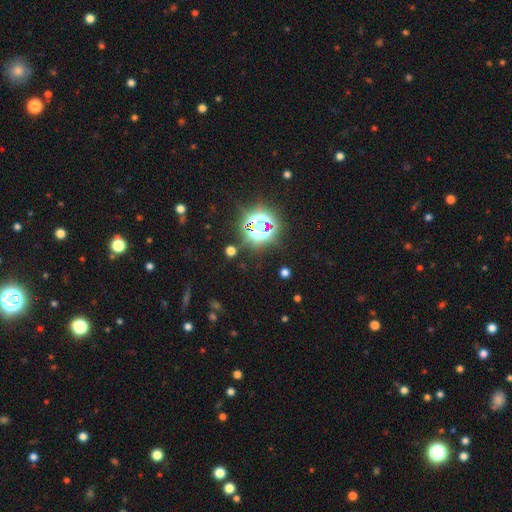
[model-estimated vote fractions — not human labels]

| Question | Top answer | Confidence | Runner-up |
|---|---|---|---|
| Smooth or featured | star or artifact | 84% | smooth (10%) |